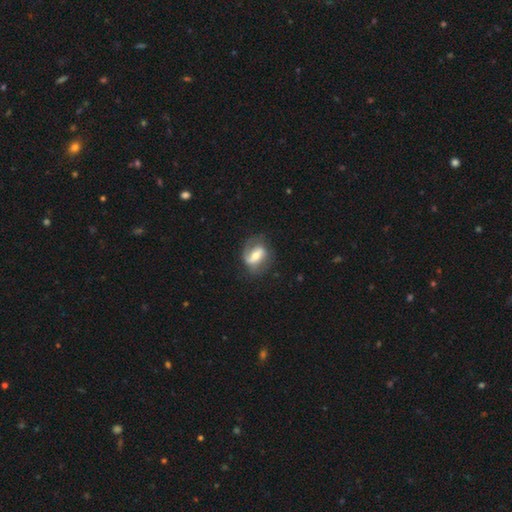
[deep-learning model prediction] Smooth or featured: featured or disk — 66% (smooth — 27%)
Edge-on disk: no — 94% (yes — 6%)
Bar: strong — 47% (weak — 35%)
Spiral arms: yes — 81% (no — 19%)
Spiral winding: medium — 40% (loose — 36%)
Spiral arm count: 2 — 67% (1 — 21%)
Bulge size: moderate — 58% (small — 27%)
Merging: none — 65% (minor disturbance — 21%)